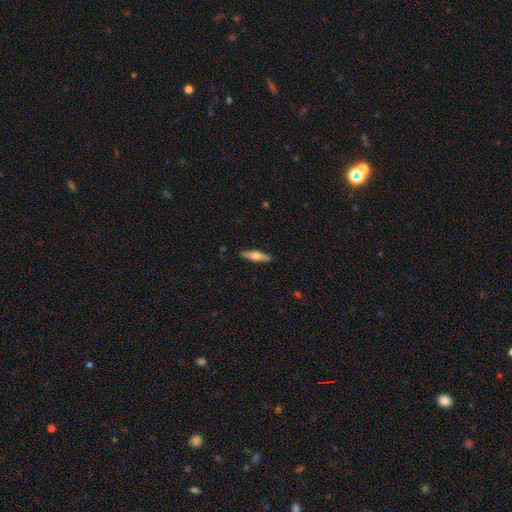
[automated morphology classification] smooth-or-featured: featured or disk: 49% | smooth: 45% | star or artifact: 6%
  merging: none: 89% | minor disturbance: 8% | major disturbance: 2% | merger: 1%